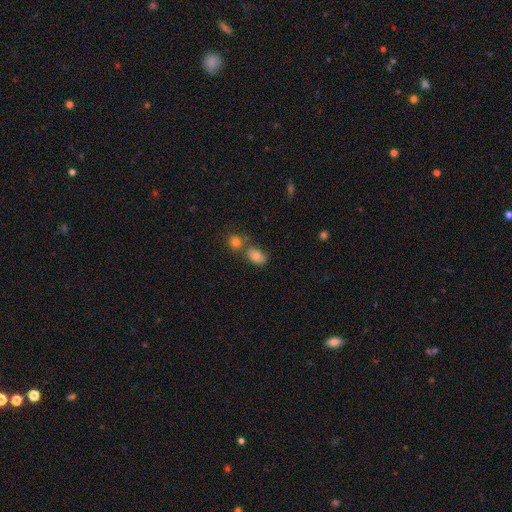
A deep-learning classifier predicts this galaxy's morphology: The model was most divided on "merging": none: 49%, merger: 32%, minor disturbance: 13%, major disturbance: 5%. More confident: smooth or featured — smooth (74%); how rounded — in between (73%).